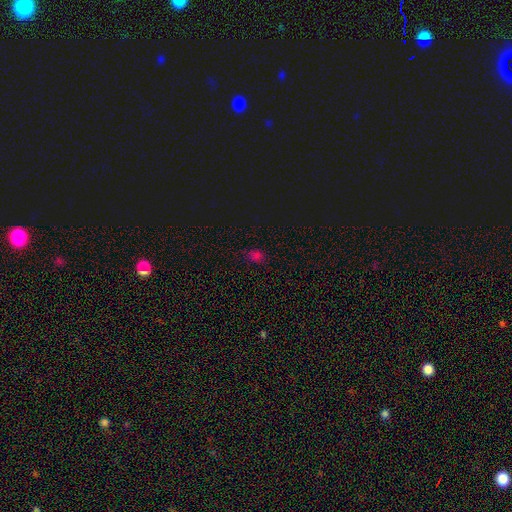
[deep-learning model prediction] Morphology: type=smooth (62%); roundness=in between (59%); merging=none (76%).